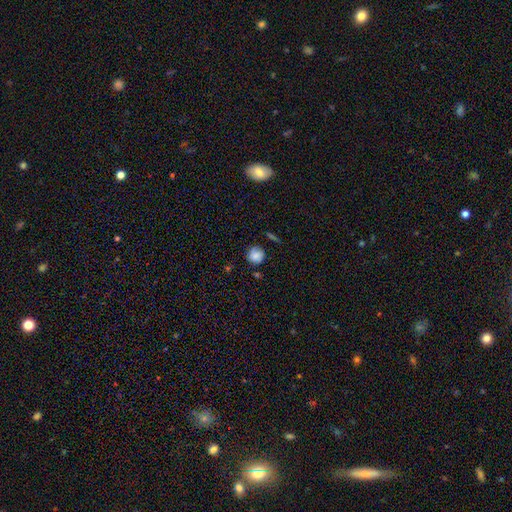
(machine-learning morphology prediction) smooth-or-featured: smooth: 78% | featured or disk: 12% | star or artifact: 10%
  how-rounded: round: 91% | in between: 8% | cigar-shaped: 1%
  merging: none: 76% | minor disturbance: 17% | major disturbance: 3% | merger: 3%